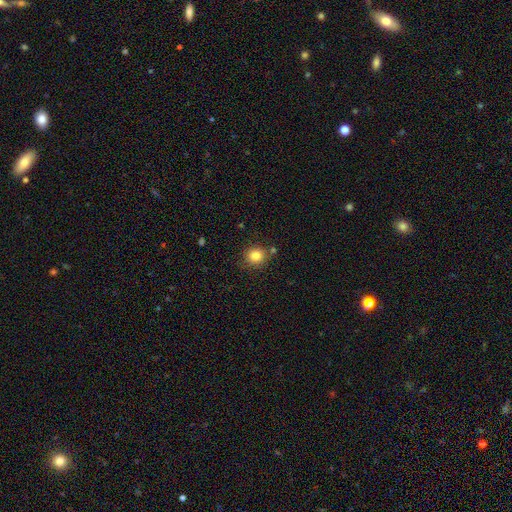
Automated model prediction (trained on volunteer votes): The model was most divided on "merging": none: 79%, minor disturbance: 11%, merger: 7%, major disturbance: 3%. More confident: how rounded — round (85%); smooth or featured — smooth (82%).